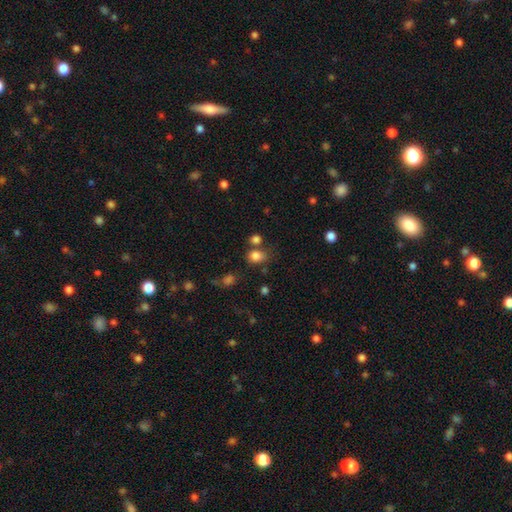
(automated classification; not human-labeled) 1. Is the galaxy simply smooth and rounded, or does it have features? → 81% smooth, 13% star or artifact, 6% featured or disk.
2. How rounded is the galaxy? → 56% in between, 43% round, 1% cigar-shaped.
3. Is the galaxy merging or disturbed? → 64% none, 16% merger, 14% minor disturbance, 6% major disturbance.